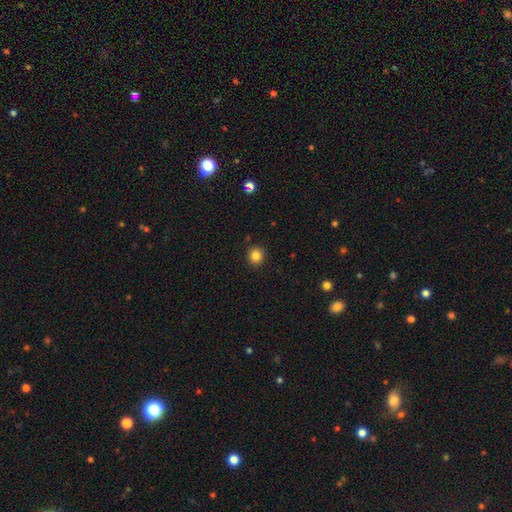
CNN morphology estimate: A smooth galaxy with no disk features (84%) that is round (90%). Merging: none (91%).